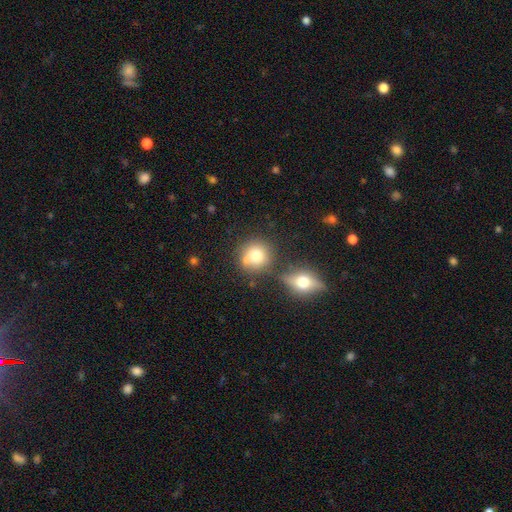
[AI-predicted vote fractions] This appears to be a smooth galaxy with no disk features (73%) that is round (89%). Merging: none (60%).